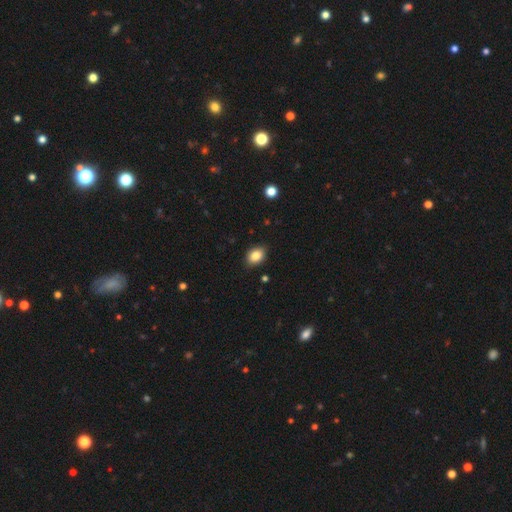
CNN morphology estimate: This is clearly a smooth galaxy (85%). How rounded: likely in between (75%). Merging: clearly none (86%).